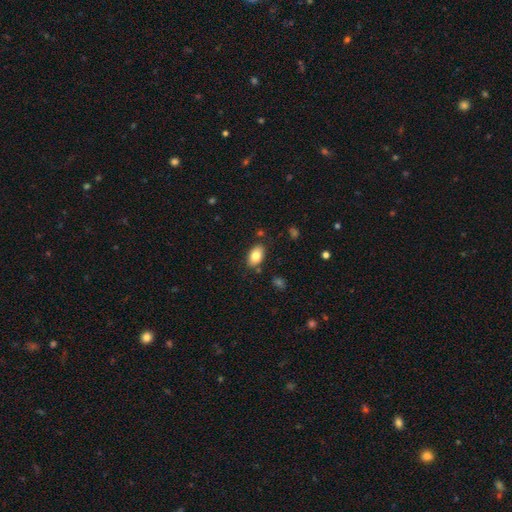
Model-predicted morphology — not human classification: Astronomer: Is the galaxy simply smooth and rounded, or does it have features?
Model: smooth — 82%.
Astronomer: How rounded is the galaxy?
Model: in between — 91%.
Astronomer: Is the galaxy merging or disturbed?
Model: none — 83%.